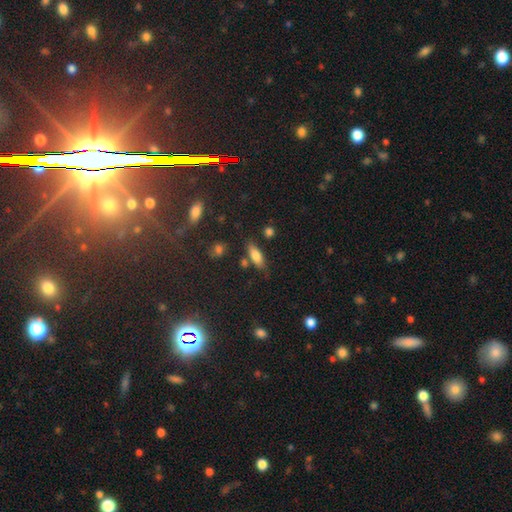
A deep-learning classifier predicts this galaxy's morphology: Q: Smooth or featured?
A: smooth (77%); runner-up: featured or disk (15%)
Q: How rounded?
A: in between (66%); runner-up: cigar-shaped (31%)
Q: Merging?
A: none (72%); runner-up: minor disturbance (16%)